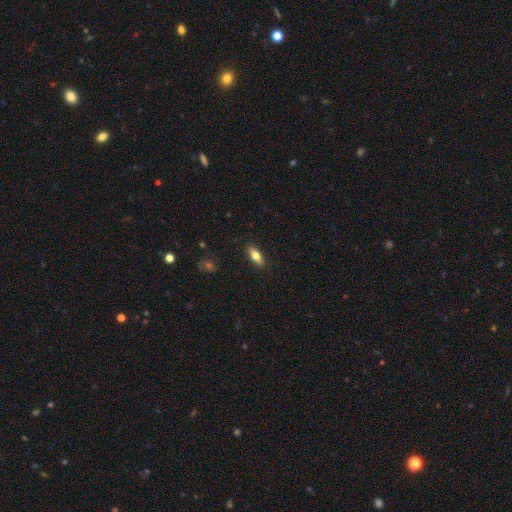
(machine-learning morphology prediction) A smooth galaxy with no disk features (74%) that is in between round and cigar-shaped (76%).

Vote fractions:
- Smooth or featured? smooth: 74% / featured or disk: 19% / star or artifact: 7%
- How rounded? in between: 76% / cigar-shaped: 21% / round: 3%
- Merging? none: 88% / minor disturbance: 9% / major disturbance: 2% / merger: 1%